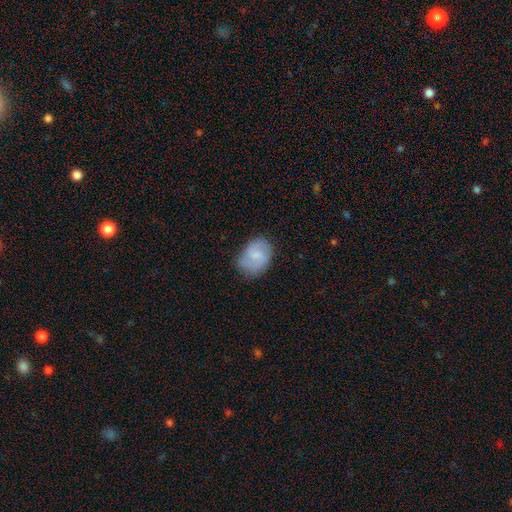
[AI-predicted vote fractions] Smooth or featured?
  - featured or disk: 51% *
  - smooth: 42%
  - star or artifact: 7%
Edge-on disk?
  - no: 98% *
  - yes: 2%
Merging?
  - none: 66% *
  - minor disturbance: 25%
  - major disturbance: 7%
  - merger: 2%